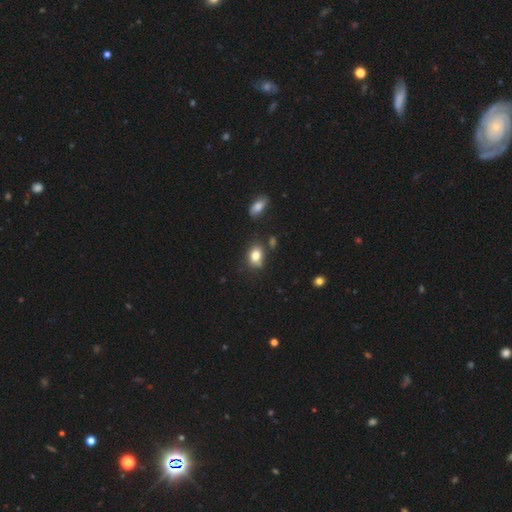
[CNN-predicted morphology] A smooth galaxy with no disk features (82%) that is in between round and cigar-shaped (70%). Merging: none (67%).